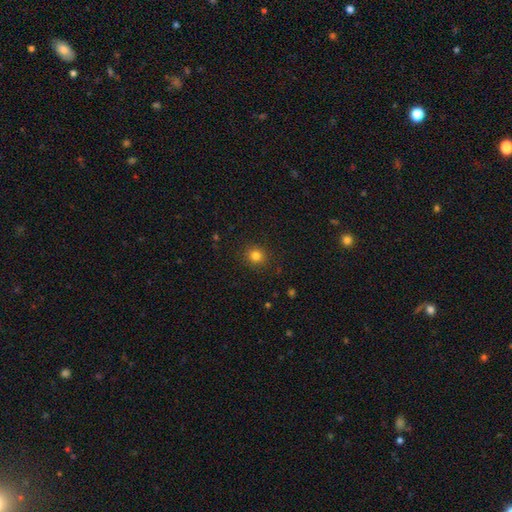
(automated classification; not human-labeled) The model was most divided on "smooth or featured": smooth: 81%, star or artifact: 13%, featured or disk: 6%. More confident: merging — none (90%); how rounded — round (87%).